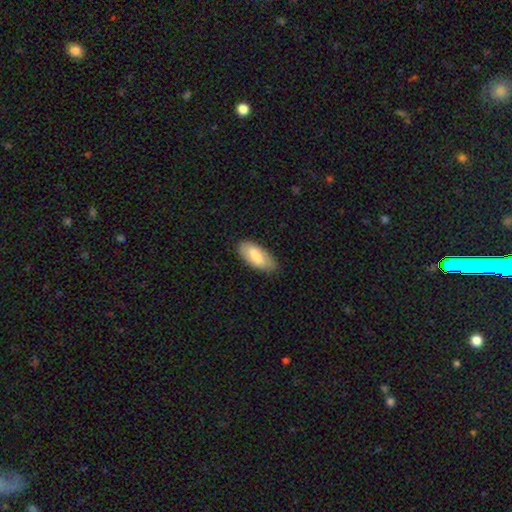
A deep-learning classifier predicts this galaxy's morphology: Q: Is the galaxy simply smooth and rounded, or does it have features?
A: smooth — 78%.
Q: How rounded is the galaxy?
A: in between — 88%.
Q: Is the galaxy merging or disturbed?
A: none — 82%.